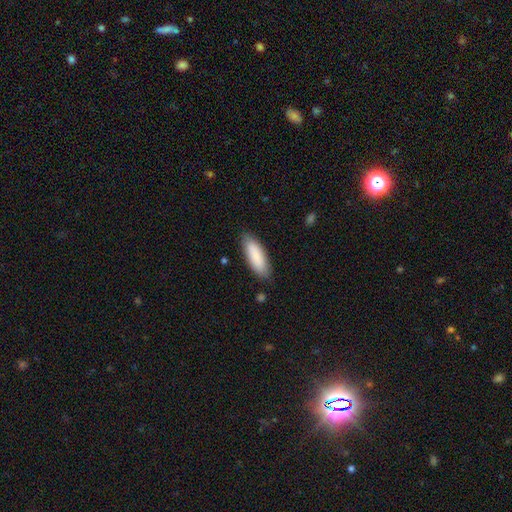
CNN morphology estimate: smooth_or_featured: smooth (p=0.87) [alt: featured or disk p=0.07]
how_rounded: in between (p=0.59) [alt: cigar-shaped p=0.40]
merging: none (p=0.85) [alt: minor disturbance p=0.12]